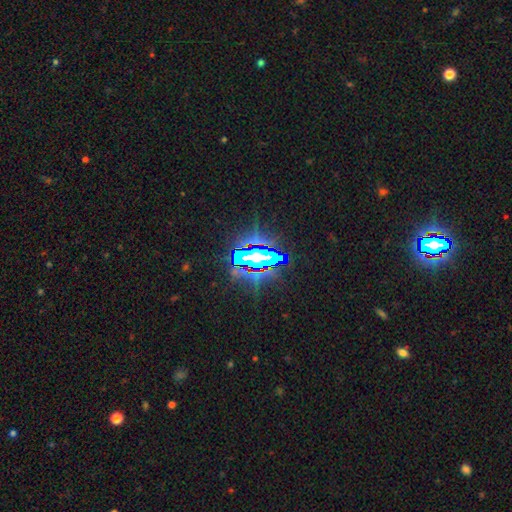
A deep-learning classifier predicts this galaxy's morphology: type=star or artifact (82%).